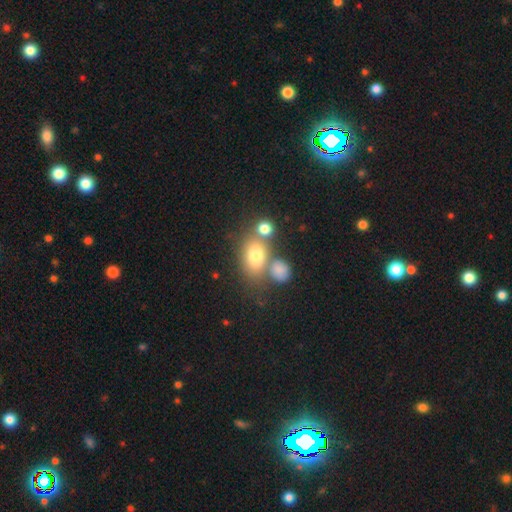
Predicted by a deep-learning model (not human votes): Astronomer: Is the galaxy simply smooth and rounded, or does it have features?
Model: smooth — 74%.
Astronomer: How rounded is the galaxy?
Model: in between — 70%.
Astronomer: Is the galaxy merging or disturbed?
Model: none — 53%.